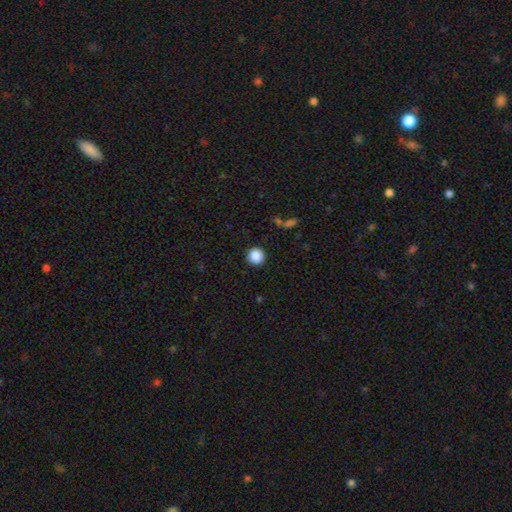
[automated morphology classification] smooth-or-featured: smooth: 87% | star or artifact: 10% | featured or disk: 3%
  how-rounded: round: 96% | in between: 3% | cigar-shaped: 1%
  merging: none: 92% | minor disturbance: 5% | major disturbance: 2% | merger: 1%